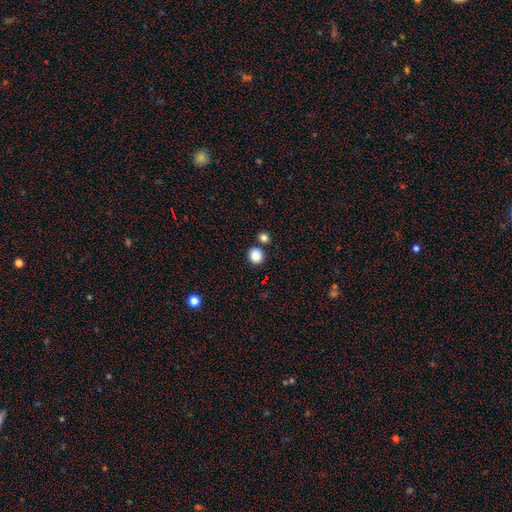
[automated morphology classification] smooth_or_featured: smooth (p=0.87) [alt: star or artifact p=0.10]
how_rounded: round (p=0.80) [alt: in between p=0.19]
merging: none (p=0.79) [alt: merger p=0.10]